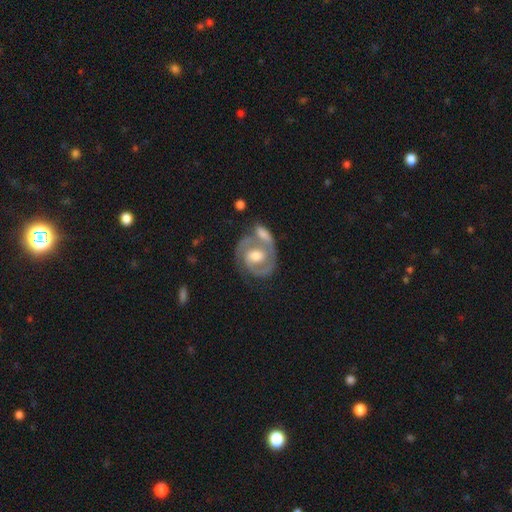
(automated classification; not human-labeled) smooth-or-featured: featured or disk: 81% | smooth: 14% | star or artifact: 5%
  disk-edge-on: no: 97% | yes: 3%
    bar: no: 51% | weak: 37% | strong: 12%
    has-spiral-arms: yes: 89% | no: 11%
      spiral-winding: tight: 52% | medium: 39% | loose: 9%
      spiral-arm-count: 2: 74% | 1: 11% | can't tell: 9% | 3: 3% | 4: 1% | more than 4: 1%
    bulge-size: moderate: 65% | large: 17% | small: 14% | none: 2% | dominant: 2%
  merging: none: 44% | merger: 33% | minor disturbance: 14% | major disturbance: 8%